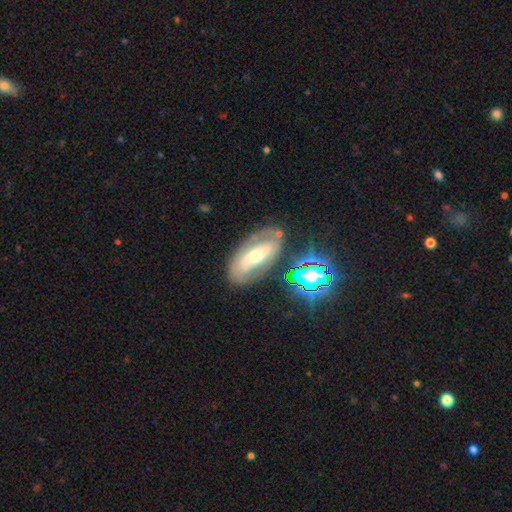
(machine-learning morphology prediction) The model was most divided on "bulge size": small: 48%, moderate: 46%, large: 4%, dominant: 1%, none: 1%. Remaining: edge-on disk — no (84%); merging — none (73%); smooth or featured — featured or disk (61%); spiral arms — no (53%); bar — no (41%).